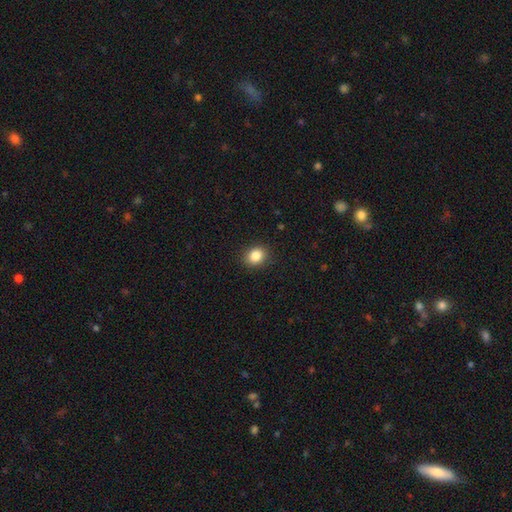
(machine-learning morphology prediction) This appears to be a smooth galaxy with no disk features (85%) that is round (65%). Merging: none (90%).